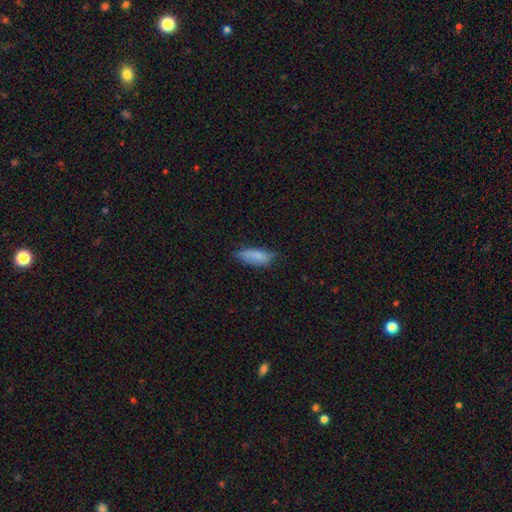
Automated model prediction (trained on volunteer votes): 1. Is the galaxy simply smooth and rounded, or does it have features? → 82% smooth, 11% featured or disk, 7% star or artifact.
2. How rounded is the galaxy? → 63% in between, 35% cigar-shaped, 2% round.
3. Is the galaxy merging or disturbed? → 59% none, 32% minor disturbance, 7% major disturbance, 2% merger.